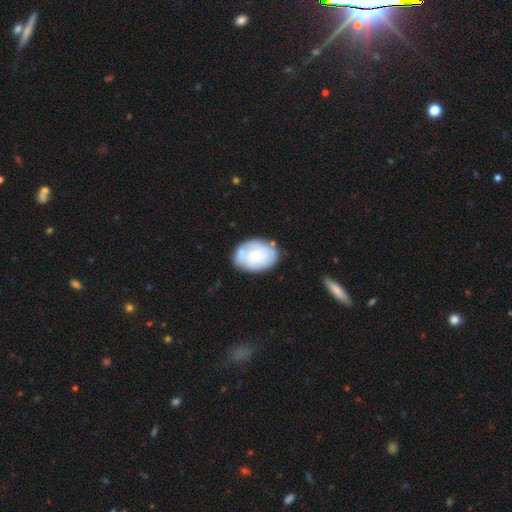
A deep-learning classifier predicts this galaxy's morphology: Smooth or featured: smooth — 59% (featured or disk — 35%)
How rounded: in between — 79% (round — 20%)
Merging: none — 69% (minor disturbance — 21%)